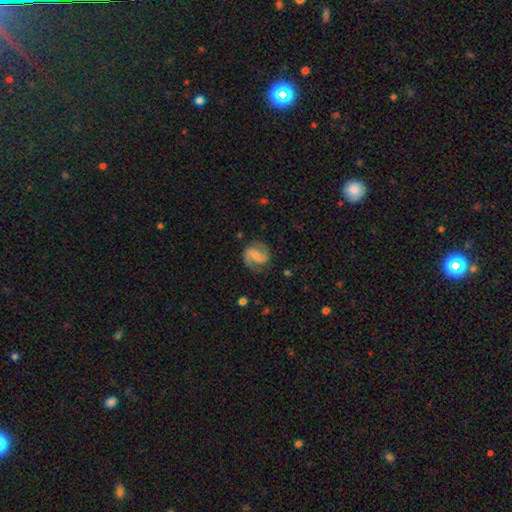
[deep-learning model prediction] Smooth or featured?
  - featured or disk: 77% *
  - smooth: 17%
  - star or artifact: 6%
Edge-on disk?
  - no: 98% *
  - yes: 2%
Bar?
  - weak: 48% *
  - no: 35%
  - strong: 17%
Spiral arms?
  - yes: 95% *
  - no: 5%
Spiral winding?
  - medium: 51% *
  - loose: 29%
  - tight: 20%
Spiral arm count?
  - 2: 89% *
  - 1: 4%
  - can't tell: 4%
  - 3: 1%
  - 4: 1%
  - more than 4: 1%
Bulge size?
  - small: 53% *
  - moderate: 23%
  - none: 22%
  - large: 2%
  - dominant: 1%
Merging?
  - none: 76% *
  - minor disturbance: 16%
  - major disturbance: 7%
  - merger: 1%